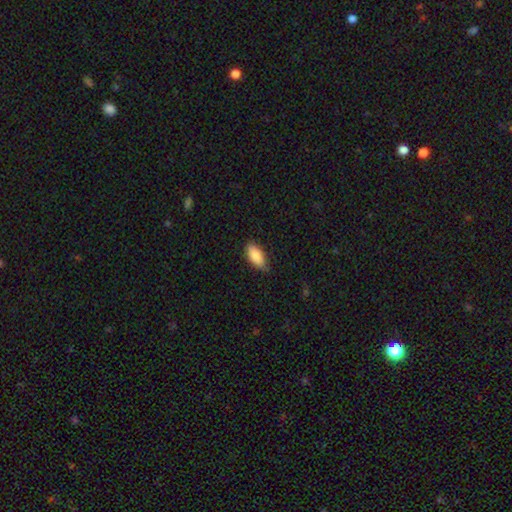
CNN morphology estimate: smooth-or-featured: smooth: 87% | featured or disk: 7% | star or artifact: 6%
  how-rounded: in between: 89% | cigar-shaped: 9% | round: 2%
  merging: none: 72% | minor disturbance: 24% | major disturbance: 3% | merger: 1%